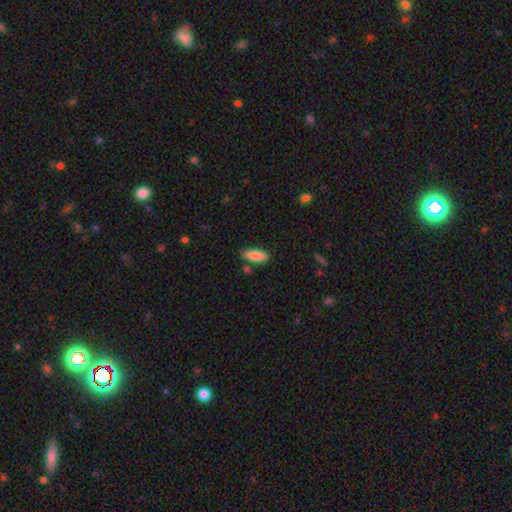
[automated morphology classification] smooth-or-featured: smooth: 88% | star or artifact: 6% | featured or disk: 5%
  how-rounded: in between: 72% | cigar-shaped: 26% | round: 2%
  merging: none: 79% | minor disturbance: 13% | merger: 5% | major disturbance: 3%